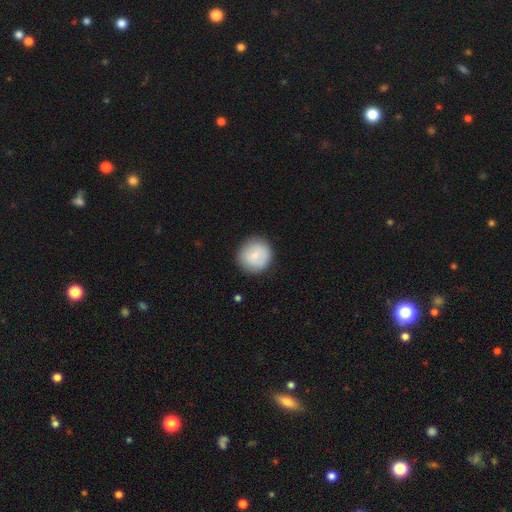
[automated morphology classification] smooth 74%, featured or disk 20%, star or artifact 6%. Down the decision tree: how rounded — round (92%); merging — none (84%).